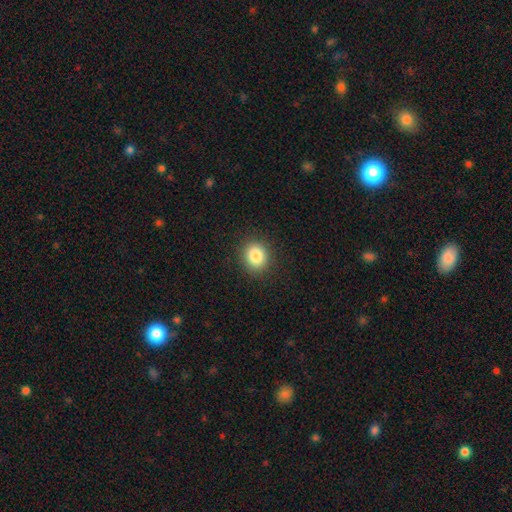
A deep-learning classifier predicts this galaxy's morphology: A smooth galaxy with no disk features (85%) that is round (72%).

Vote fractions:
- Smooth or featured? smooth: 85% / star or artifact: 10% / featured or disk: 6%
- How rounded? round: 72% / in between: 27% / cigar-shaped: 1%
- Merging? none: 90% / minor disturbance: 7% / major disturbance: 2% / merger: 1%